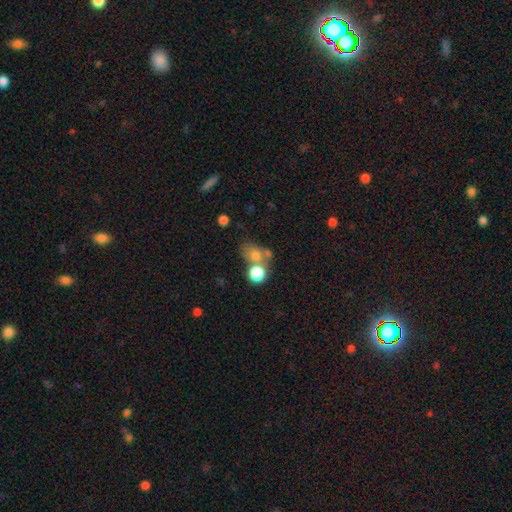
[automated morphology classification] Smooth or featured?
  - smooth: 72% *
  - star or artifact: 15%
  - featured or disk: 13%
How rounded?
  - round: 62% *
  - in between: 37%
  - cigar-shaped: 2%
Merging?
  - none: 42% *
  - merger: 41%
  - minor disturbance: 11%
  - major disturbance: 6%